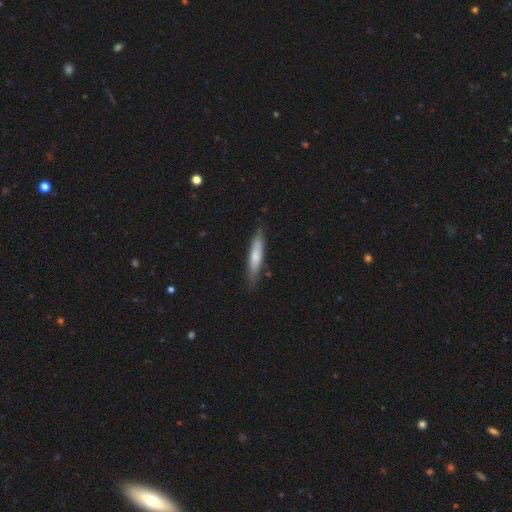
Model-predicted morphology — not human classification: Smooth or featured?
  - smooth: 68% *
  - featured or disk: 27%
  - star or artifact: 5%
How rounded?
  - cigar-shaped: 87% *
  - in between: 12%
  - round: 1%
Merging?
  - none: 82% *
  - minor disturbance: 14%
  - major disturbance: 2%
  - merger: 2%